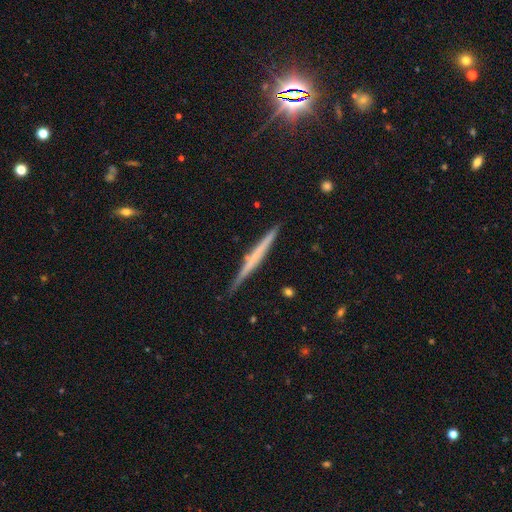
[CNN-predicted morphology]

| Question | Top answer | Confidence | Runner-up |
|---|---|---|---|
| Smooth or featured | featured or disk | 60% | smooth (33%) |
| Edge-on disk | yes | 98% | no (2%) |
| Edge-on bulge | none | 70% | rounded (21%) |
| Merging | none | 86% | minor disturbance (10%) |